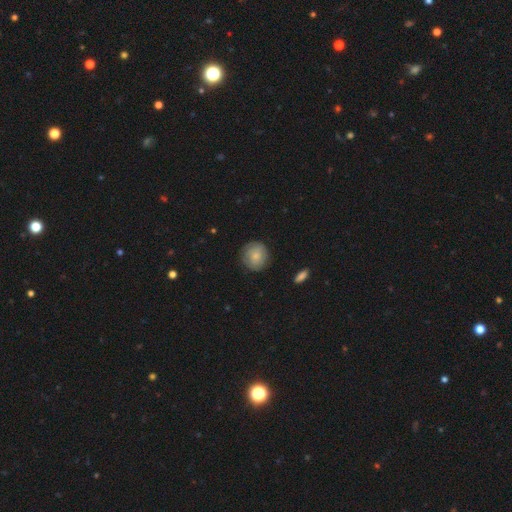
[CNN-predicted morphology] smooth-or-featured: smooth: 70% | featured or disk: 23% | star or artifact: 7%
  how-rounded: round: 88% | in between: 11% | cigar-shaped: 1%
  merging: none: 81% | minor disturbance: 14% | major disturbance: 3% | merger: 1%